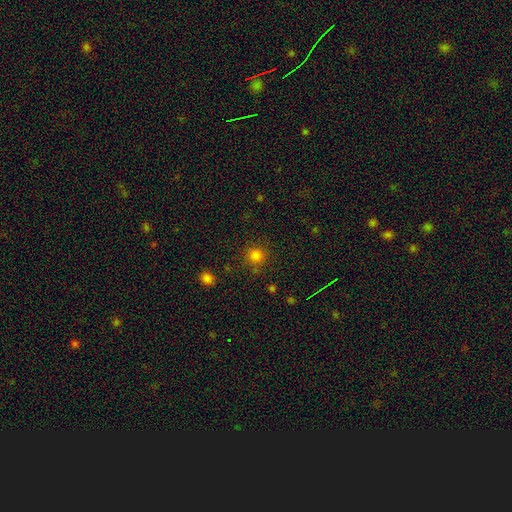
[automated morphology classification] A smooth galaxy with no disk features (81%) that is round (92%).

Vote fractions:
- Smooth or featured? smooth: 81% / star or artifact: 15% / featured or disk: 4%
- How rounded? round: 92% / in between: 7% / cigar-shaped: 1%
- Merging? none: 83% / minor disturbance: 10% / major disturbance: 4% / merger: 3%